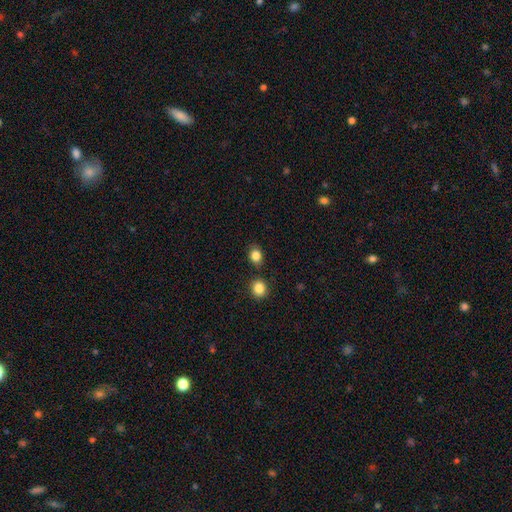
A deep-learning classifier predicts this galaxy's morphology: smooth 85%, star or artifact 10%, featured or disk 5%. Down the decision tree: how rounded — round (50%); merging — none (79%).